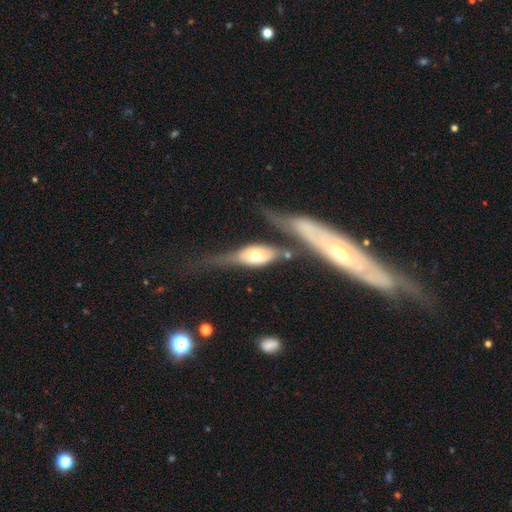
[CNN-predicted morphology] type=featured or disk (59%); edge-on=yes (68%); merging=none (42%).